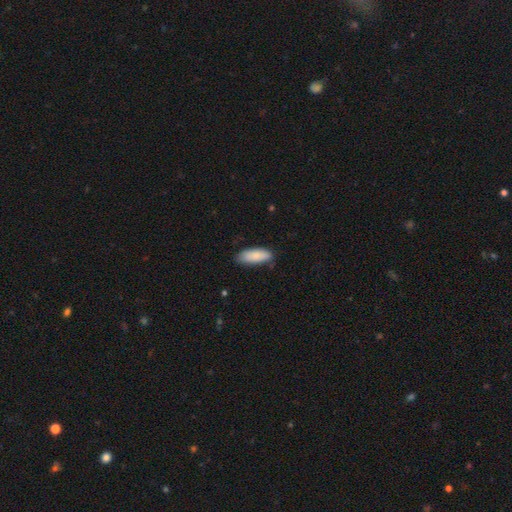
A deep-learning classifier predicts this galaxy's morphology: smooth 86%, featured or disk 9%, star or artifact 6%. Down the decision tree: how rounded — in between (73%); merging — none (77%).